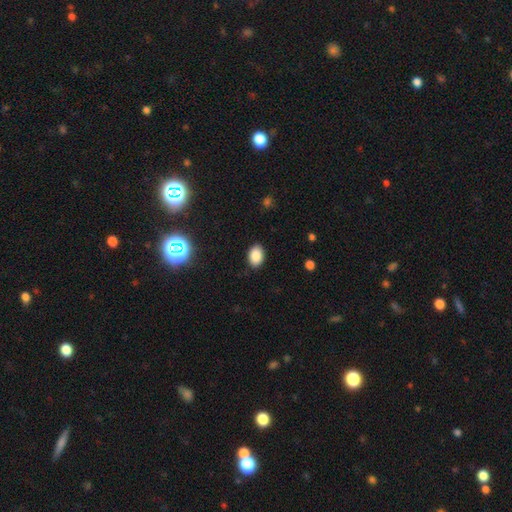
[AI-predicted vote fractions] Morphology: type=smooth (86%); roundness=in between (81%); merging=none (88%).